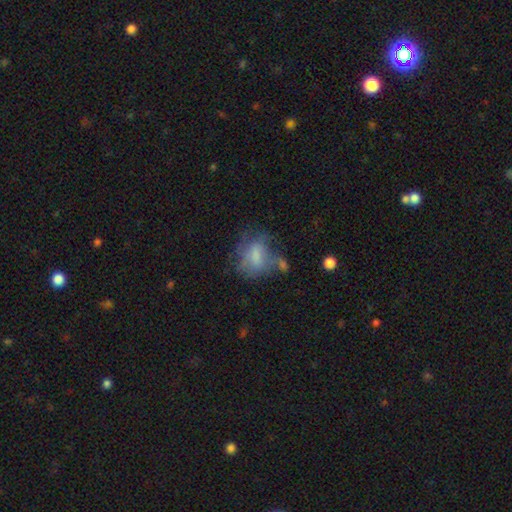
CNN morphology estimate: Overall: smooth (56%; featured or disk 33%). How rounded: in between (66%; round 32%). Merging: none (35%; major disturbance 29%).